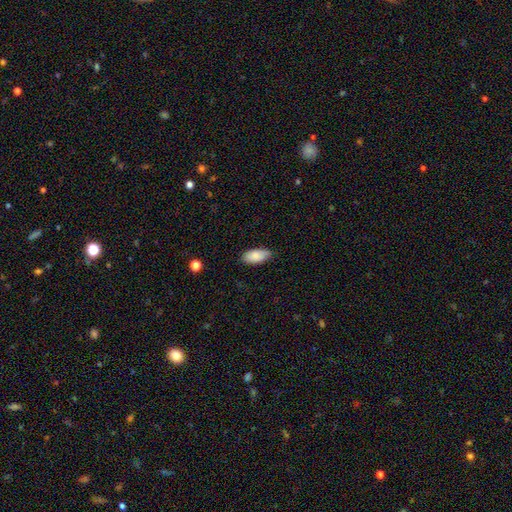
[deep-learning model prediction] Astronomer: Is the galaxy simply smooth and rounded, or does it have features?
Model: smooth — 84%.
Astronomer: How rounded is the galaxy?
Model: in between — 92%.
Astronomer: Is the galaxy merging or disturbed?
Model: none — 76%.